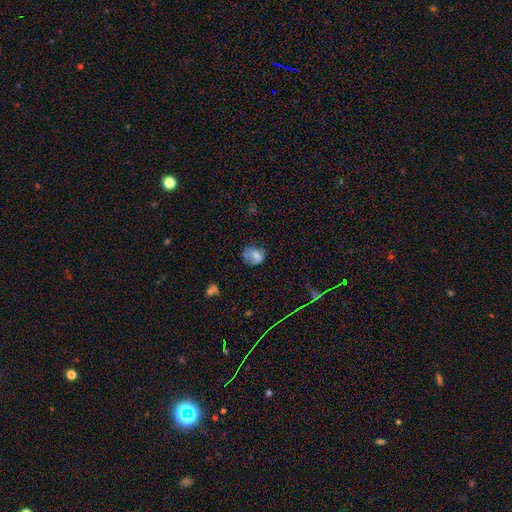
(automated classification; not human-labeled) smooth 64%, featured or disk 23%, star or artifact 13%. Down the decision tree: how rounded — round (57%); merging — none (43%).